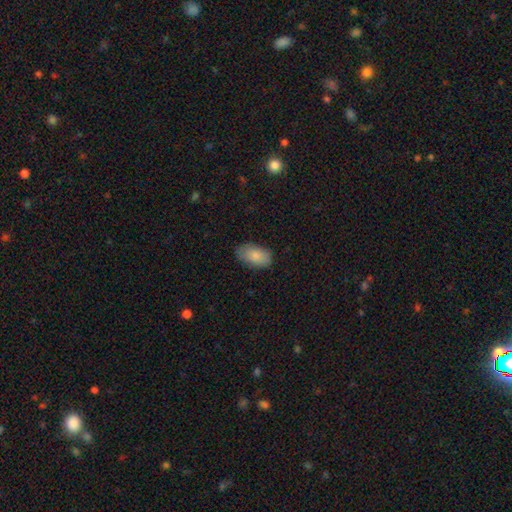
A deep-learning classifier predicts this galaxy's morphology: smooth-or-featured: smooth: 85% | featured or disk: 8% | star or artifact: 7%
  how-rounded: in between: 94% | round: 5% | cigar-shaped: 2%
  merging: none: 78% | minor disturbance: 18% | major disturbance: 4% | merger: 1%